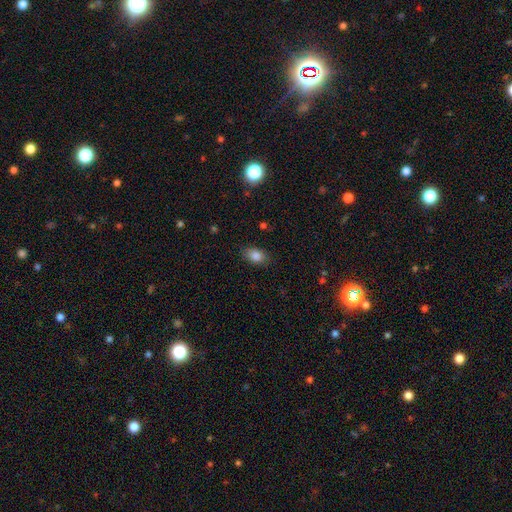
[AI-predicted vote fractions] smooth_or_featured: smooth (p=0.83) [alt: star or artifact p=0.10]
how_rounded: in between (p=0.84) [alt: round p=0.14]
merging: none (p=0.84) [alt: minor disturbance p=0.12]